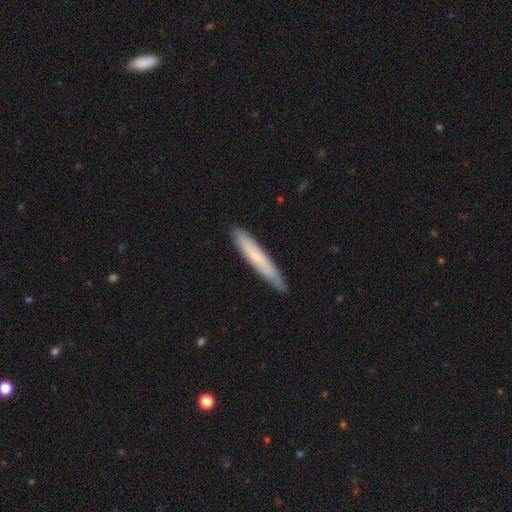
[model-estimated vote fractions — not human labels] Smooth or featured? smooth (64%)
How rounded? cigar-shaped (94%)
Merging? none (87%)